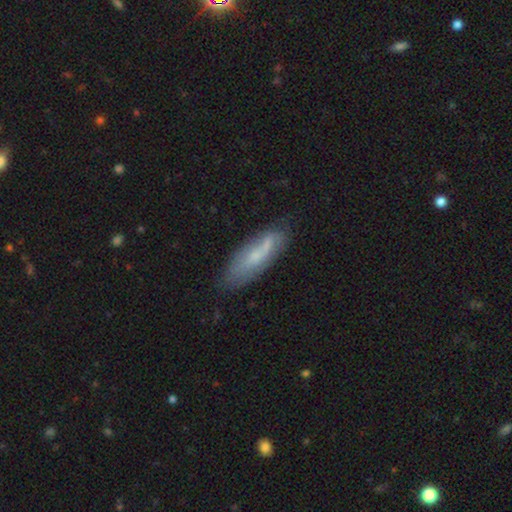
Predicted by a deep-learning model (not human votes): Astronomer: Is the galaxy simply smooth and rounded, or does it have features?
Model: smooth — 55% (runner-up: featured or disk, 38%).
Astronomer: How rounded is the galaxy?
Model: in between — 53% (runner-up: cigar-shaped, 45%).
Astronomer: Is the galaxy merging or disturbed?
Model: none — 65%.